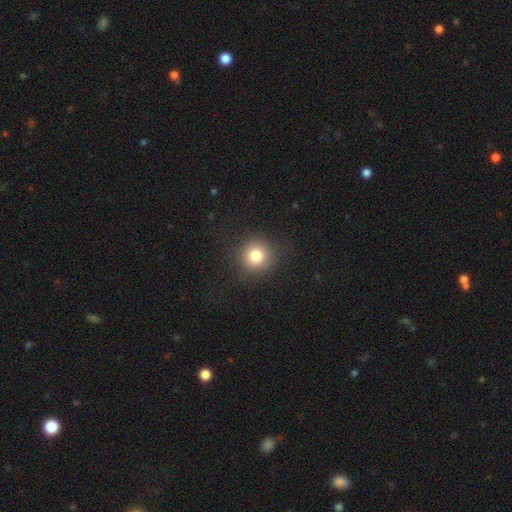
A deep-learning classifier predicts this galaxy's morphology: Smooth or featured: smooth — 80% (star or artifact — 12%)
How rounded: round — 93% (in between — 6%)
Merging: none — 89% (minor disturbance — 7%)